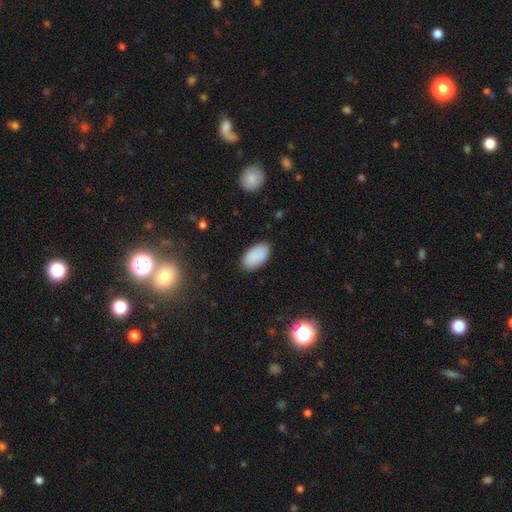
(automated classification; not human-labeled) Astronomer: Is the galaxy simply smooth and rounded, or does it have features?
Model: smooth — 89%.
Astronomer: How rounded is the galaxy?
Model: in between — 95%.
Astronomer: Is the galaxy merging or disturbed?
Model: none — 86%.